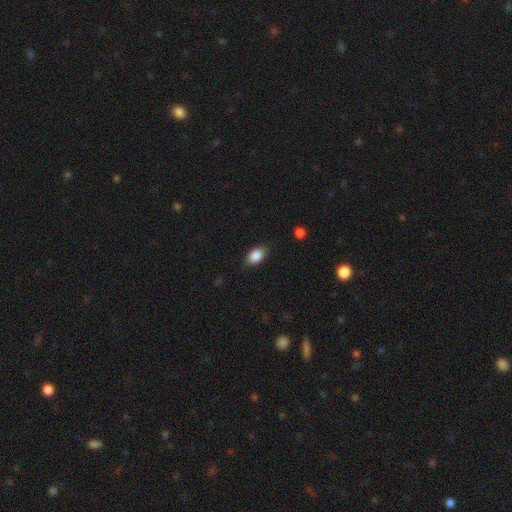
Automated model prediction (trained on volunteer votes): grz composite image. It shows a smooth galaxy with no disk features (85%) that is in between round and cigar-shaped (87%). Merging: none (81%).